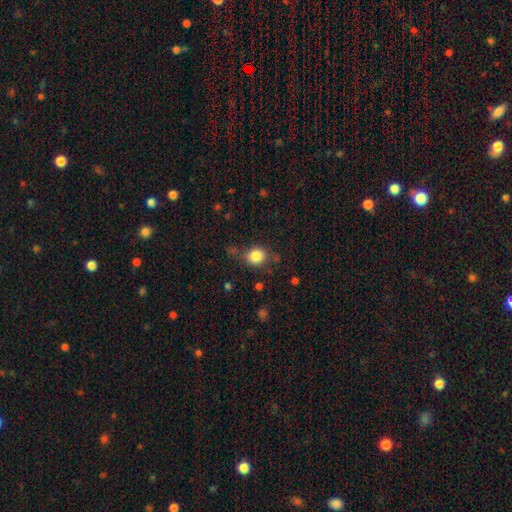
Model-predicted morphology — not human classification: This is clearly a smooth galaxy (83%). How rounded: likely round (68%). Merging: likely none (72%).